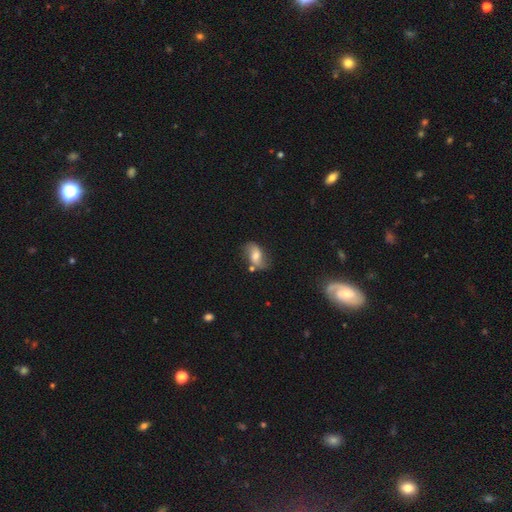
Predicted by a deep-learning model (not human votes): Morphology: type=featured or disk (50%); merging=none (62%).